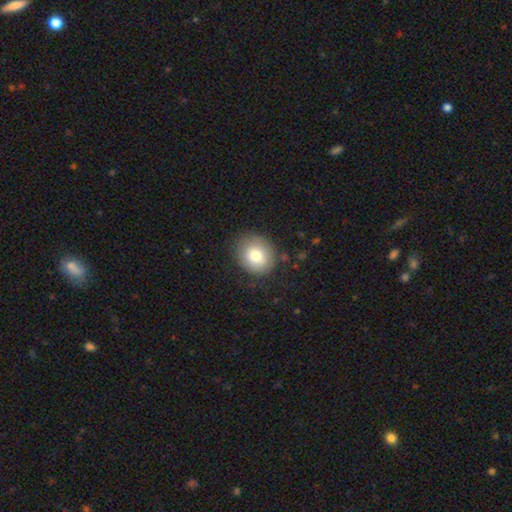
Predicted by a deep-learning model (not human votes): Morphology: type=smooth (78%); roundness=round (77%); merging=none (83%).